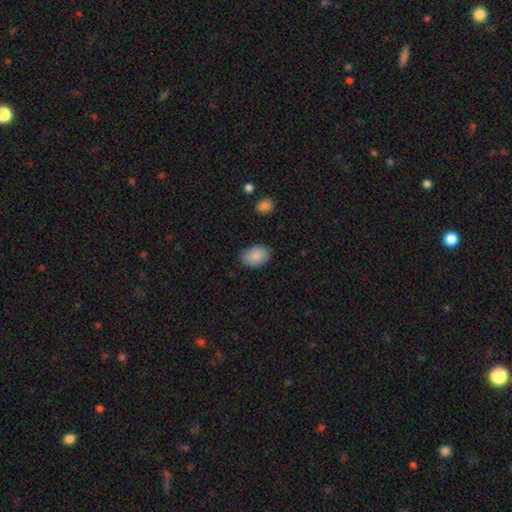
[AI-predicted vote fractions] Smooth or featured?
  - smooth: 88% *
  - star or artifact: 7%
  - featured or disk: 5%
How rounded?
  - in between: 83% *
  - round: 16%
  - cigar-shaped: 1%
Merging?
  - none: 83% *
  - minor disturbance: 13%
  - major disturbance: 3%
  - merger: 1%